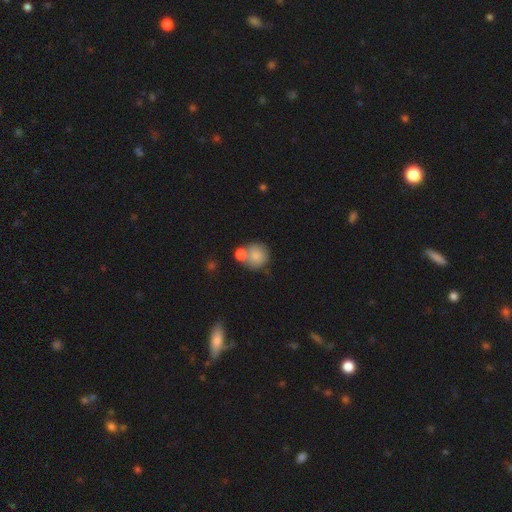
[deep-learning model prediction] Smooth or featured: smooth — 81% (featured or disk — 10%)
How rounded: round — 88% (in between — 11%)
Merging: none — 47% (merger — 37%)